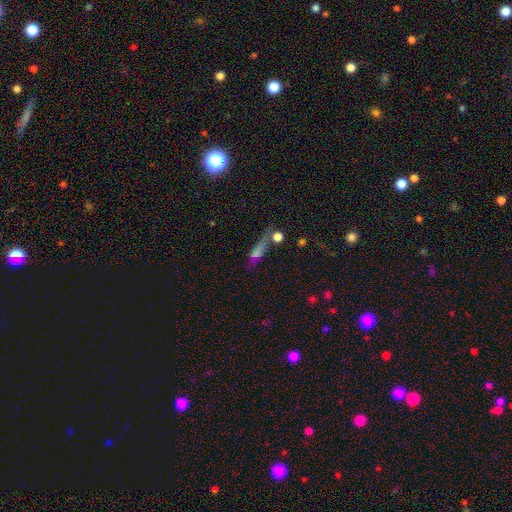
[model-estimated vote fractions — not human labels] Smooth or featured? smooth (46%)
Merging? none (54%)